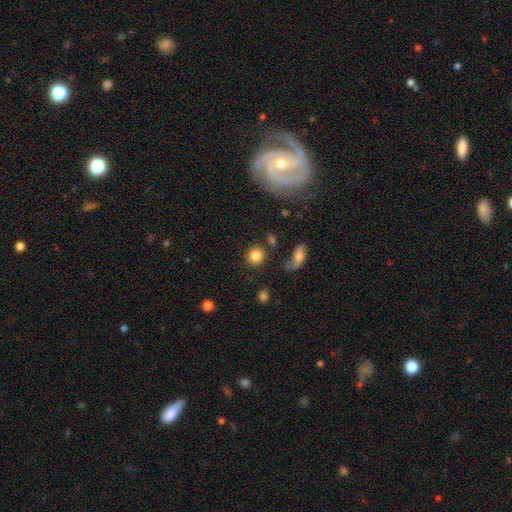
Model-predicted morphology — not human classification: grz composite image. It shows a smooth galaxy with no disk features (83%) that is round (86%). Merging: none (80%).